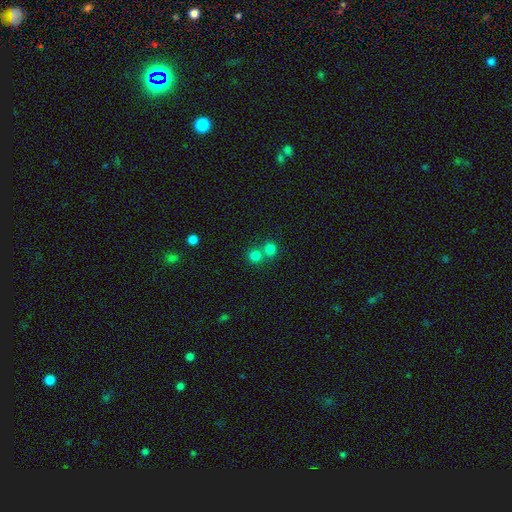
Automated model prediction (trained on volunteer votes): Smooth or featured? smooth (79%)
How rounded? round (90%)
Merging? none (54%)